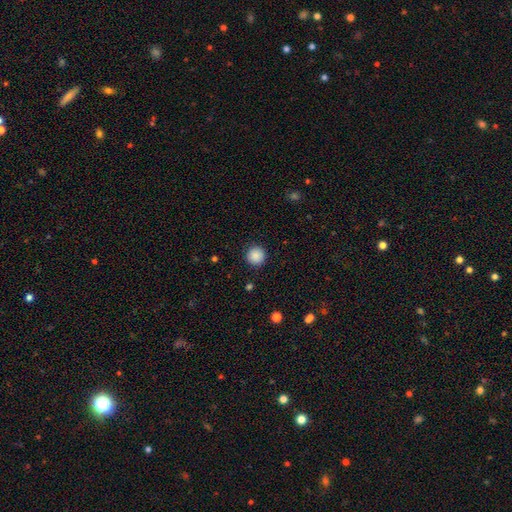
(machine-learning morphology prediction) type=smooth (88%); roundness=round (95%); merging=none (91%).